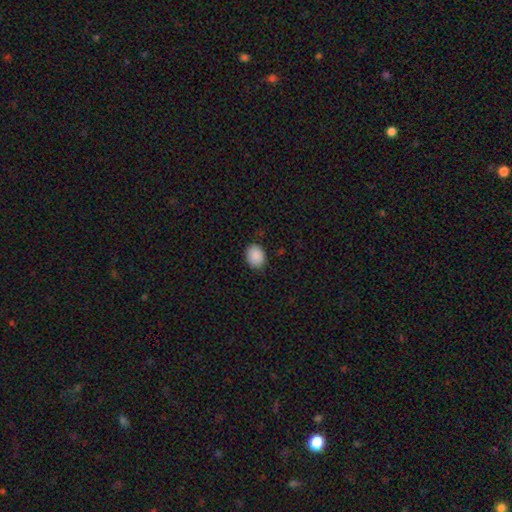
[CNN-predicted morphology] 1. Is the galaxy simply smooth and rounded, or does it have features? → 89% smooth, 8% star or artifact, 3% featured or disk.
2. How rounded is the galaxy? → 57% in between, 42% round, 1% cigar-shaped.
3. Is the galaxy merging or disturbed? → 85% none, 11% minor disturbance, 2% major disturbance, 1% merger.